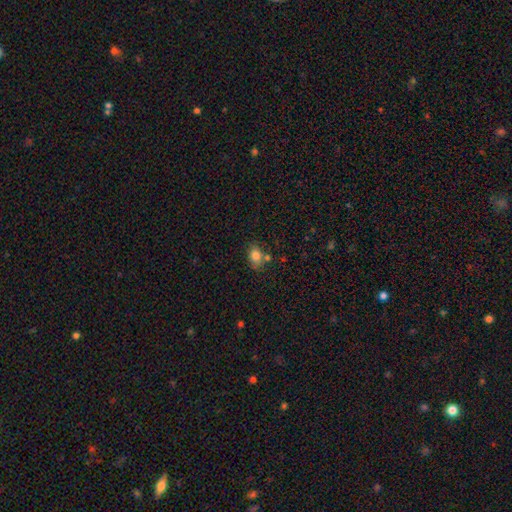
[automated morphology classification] This is clearly a smooth galaxy (81%). How rounded: likely in between (67%). Merging: likely none (64%).